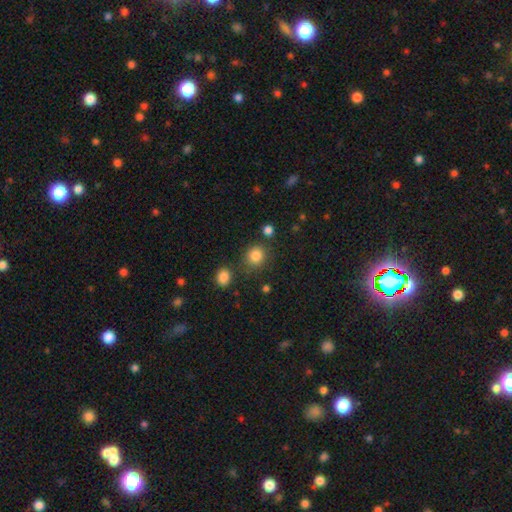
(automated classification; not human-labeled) Smooth or featured?
  - smooth: 84% *
  - star or artifact: 11%
  - featured or disk: 5%
How rounded?
  - round: 82% *
  - in between: 17%
  - cigar-shaped: 1%
Merging?
  - none: 78% *
  - minor disturbance: 11%
  - merger: 7%
  - major disturbance: 4%